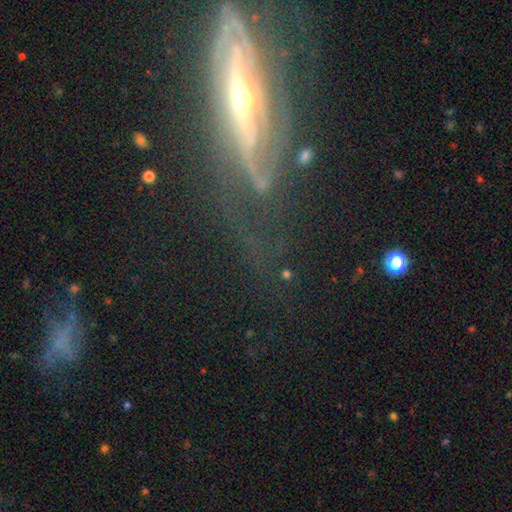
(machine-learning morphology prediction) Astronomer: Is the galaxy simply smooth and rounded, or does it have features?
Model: featured or disk — 66%.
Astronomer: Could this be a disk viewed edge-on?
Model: yes — 54% (runner-up: no, 46%).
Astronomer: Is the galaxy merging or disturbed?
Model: none — 54%.